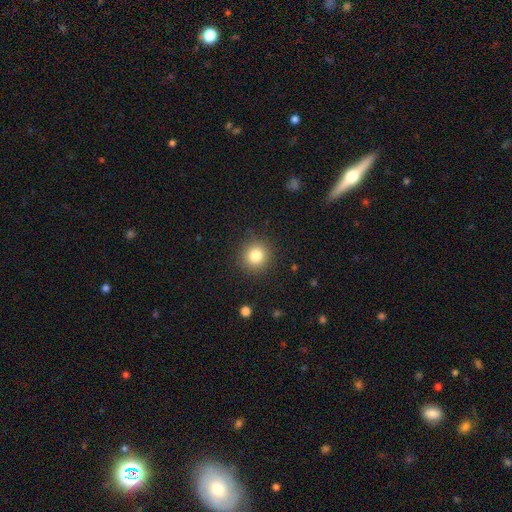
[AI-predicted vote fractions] Overall: smooth (81%). How rounded: round (93%). Merging: none (90%).